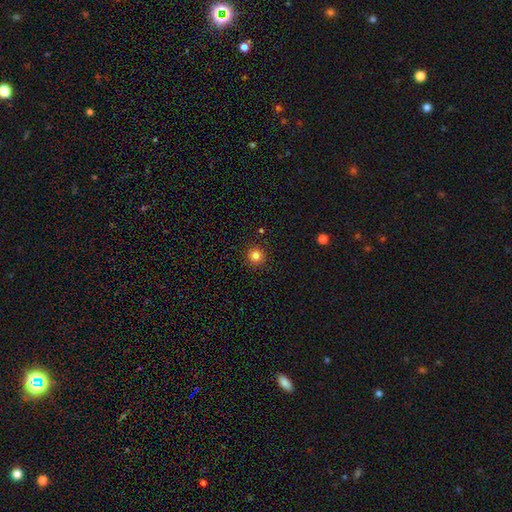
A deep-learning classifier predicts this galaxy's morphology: smooth-or-featured: smooth: 82% | star or artifact: 13% | featured or disk: 5%
  how-rounded: round: 95% | in between: 4% | cigar-shaped: 1%
  merging: none: 92% | minor disturbance: 5% | major disturbance: 2% | merger: 1%